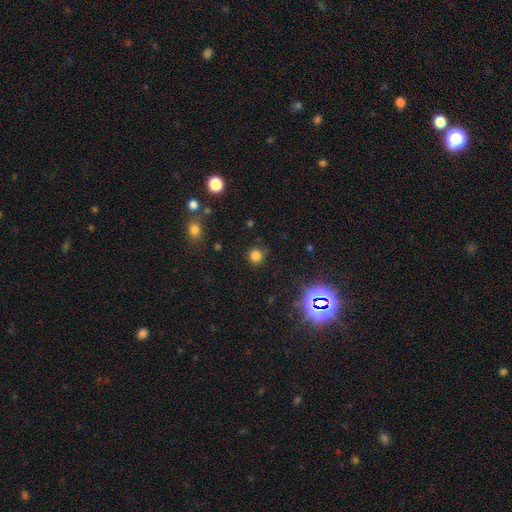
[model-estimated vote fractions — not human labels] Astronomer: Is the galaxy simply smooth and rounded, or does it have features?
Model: smooth — 74%.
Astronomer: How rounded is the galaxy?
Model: round — 89%.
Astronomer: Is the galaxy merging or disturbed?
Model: none — 84%.